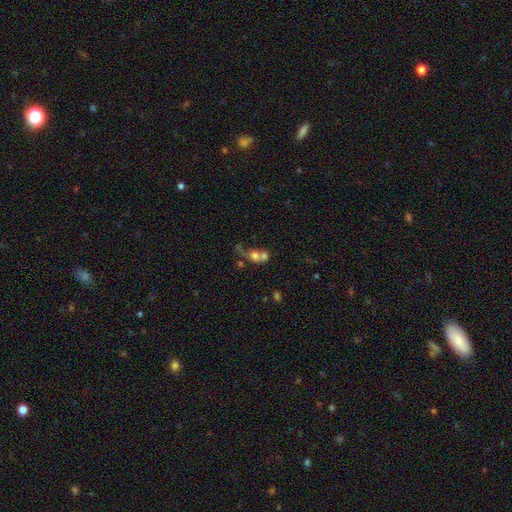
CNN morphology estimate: Overall: smooth (63%; featured or disk 24%). How rounded: round (65%; in between 33%). Merging: merger (66%).